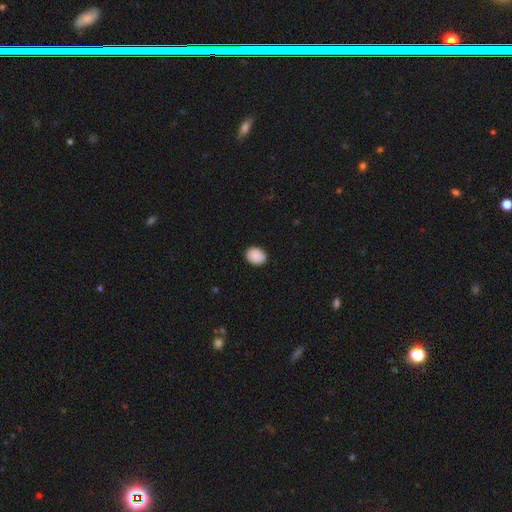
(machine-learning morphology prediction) Smooth or featured? Predicted: smooth (p=0.90). How rounded? Predicted: in between (p=0.64). Merging? Predicted: none (p=0.88).